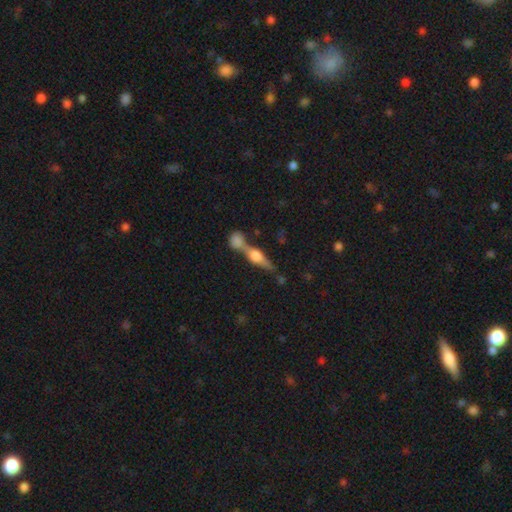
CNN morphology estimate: featured or disk 63%, smooth 28%, star or artifact 8%. Down the decision tree: edge-on disk — yes (92%); edge-on bulge — rounded (91%); merging — none (50%).